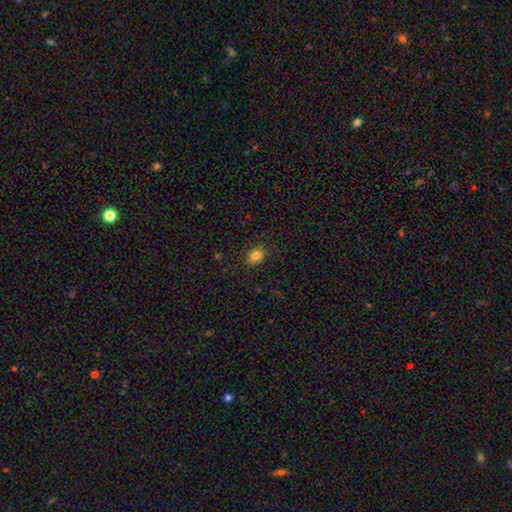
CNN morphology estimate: Smooth or featured? Predicted: smooth (p=0.83). How rounded? Predicted: in between (p=0.63). Merging? Predicted: none (p=0.85).